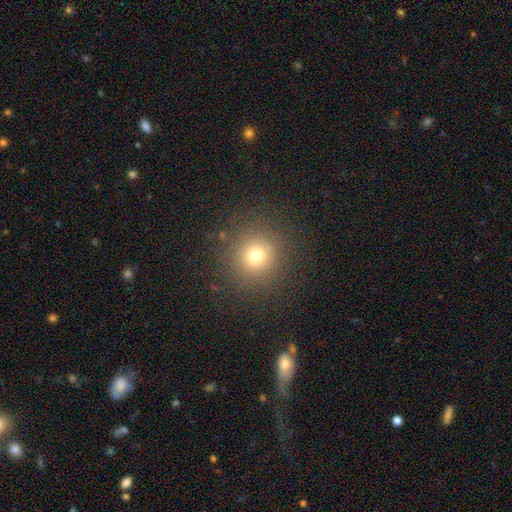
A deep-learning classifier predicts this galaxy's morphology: Smooth or featured: smooth — 72% (star or artifact — 19%)
How rounded: round — 94% (in between — 5%)
Merging: none — 88% (minor disturbance — 7%)